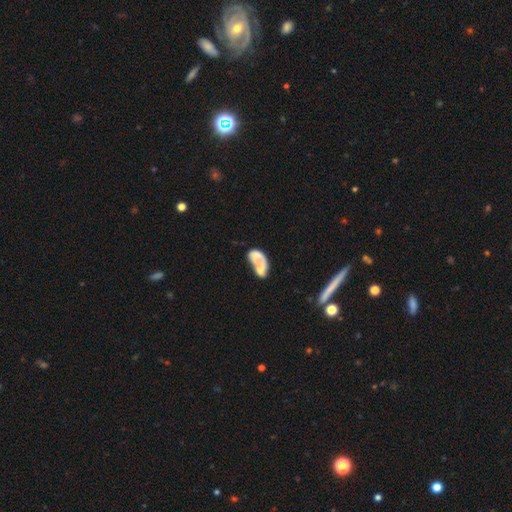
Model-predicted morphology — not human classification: This appears to be a smooth galaxy with no disk features (50%) that is in between round and cigar-shaped (88%). Merging: merger (58%).